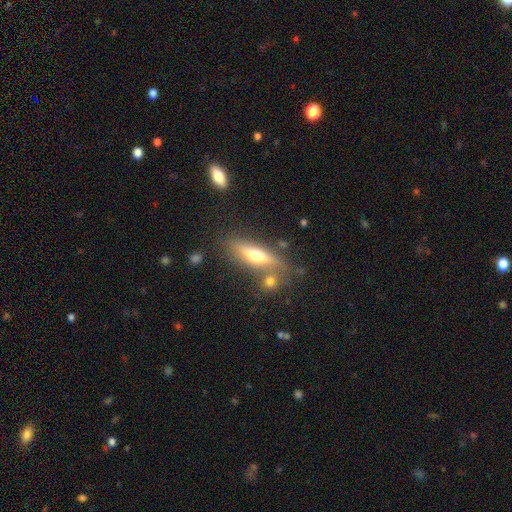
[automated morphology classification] Smooth or featured? Predicted: smooth (p=0.47). Merging? Predicted: none (p=0.69).